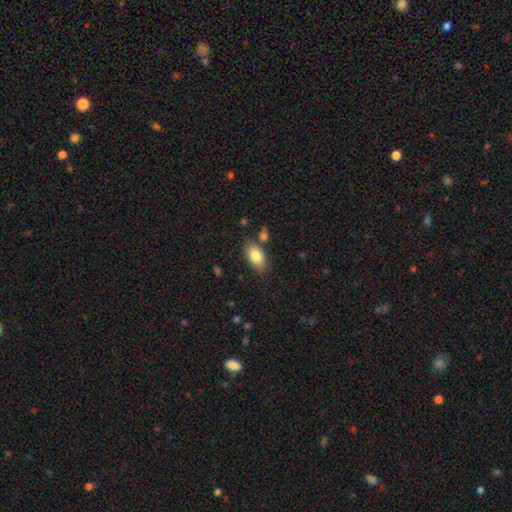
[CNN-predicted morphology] This appears to be a smooth galaxy with no disk features (83%) that is in between round and cigar-shaped (91%). Merging: none (74%).